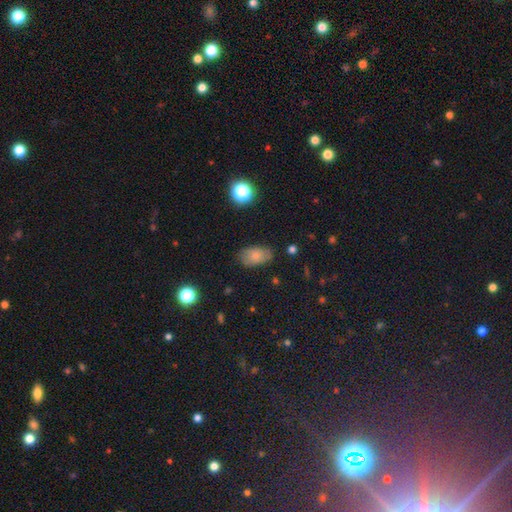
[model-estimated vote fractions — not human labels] smooth-or-featured: smooth: 76% | featured or disk: 14% | star or artifact: 10%
  how-rounded: in between: 91% | round: 7% | cigar-shaped: 2%
  merging: none: 76% | minor disturbance: 18% | major disturbance: 4% | merger: 1%